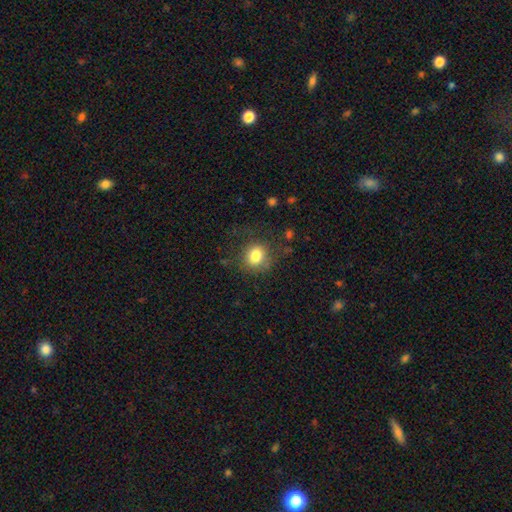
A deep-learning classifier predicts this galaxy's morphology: Smooth or featured: smooth — 81% (star or artifact — 11%)
How rounded: round — 70% (in between — 29%)
Merging: none — 75% (minor disturbance — 16%)